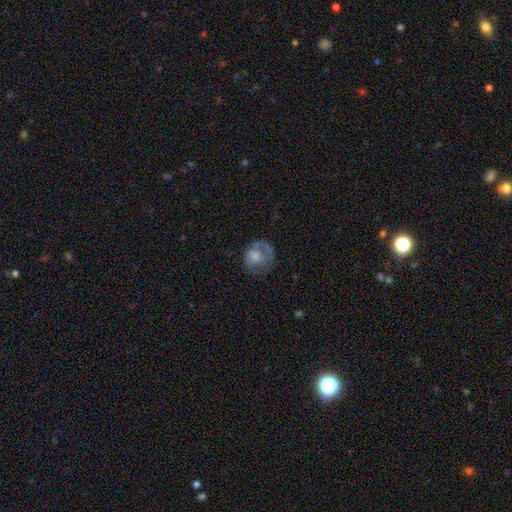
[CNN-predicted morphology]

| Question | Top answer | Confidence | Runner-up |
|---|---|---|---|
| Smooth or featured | smooth | 54% | featured or disk (37%) |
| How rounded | round | 70% | in between (29%) |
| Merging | none | 45% | major disturbance (27%) |